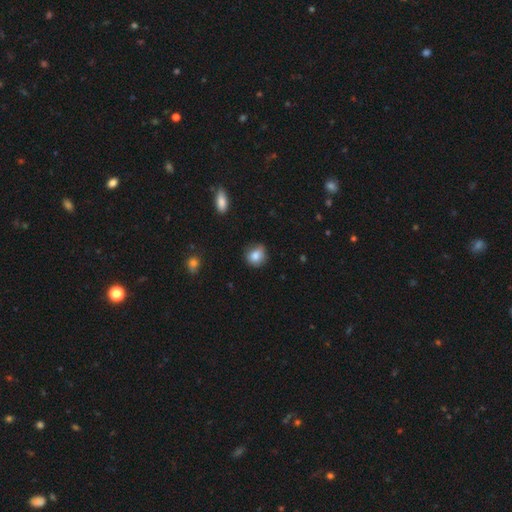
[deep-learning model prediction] Smooth or featured: smooth — 82% (star or artifact — 9%)
How rounded: round — 70% (in between — 29%)
Merging: none — 65% (minor disturbance — 27%)